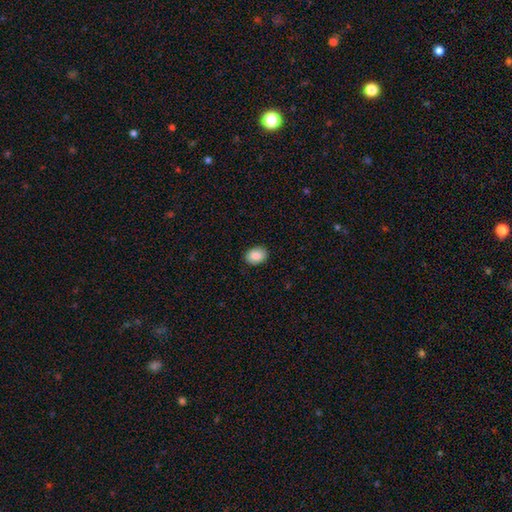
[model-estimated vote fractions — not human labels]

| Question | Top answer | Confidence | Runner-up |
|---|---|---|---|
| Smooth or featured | smooth | 86% | star or artifact (7%) |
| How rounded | in between | 69% | round (30%) |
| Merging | none | 89% | minor disturbance (8%) |